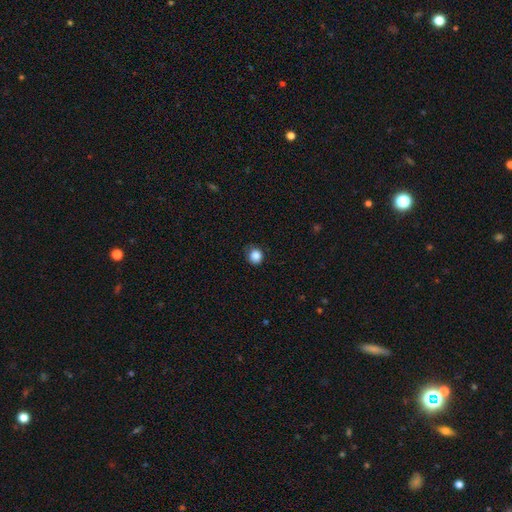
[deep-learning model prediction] This appears to be a smooth galaxy with no disk features (87%) that is round (86%). Merging: none (82%).